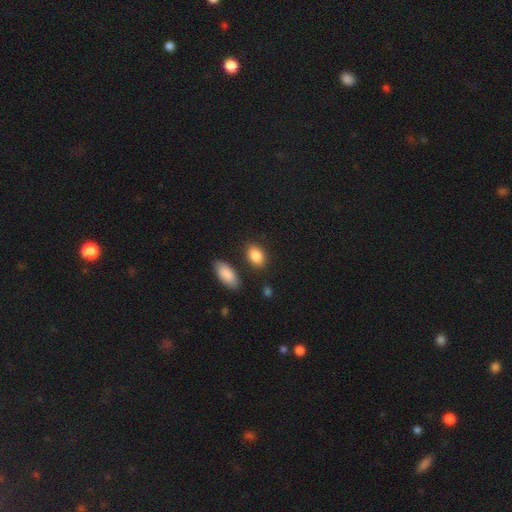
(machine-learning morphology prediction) smooth-or-featured: smooth: 88% | star or artifact: 7% | featured or disk: 5%
  how-rounded: in between: 84% | round: 14% | cigar-shaped: 2%
  merging: none: 82% | minor disturbance: 10% | merger: 5% | major disturbance: 3%